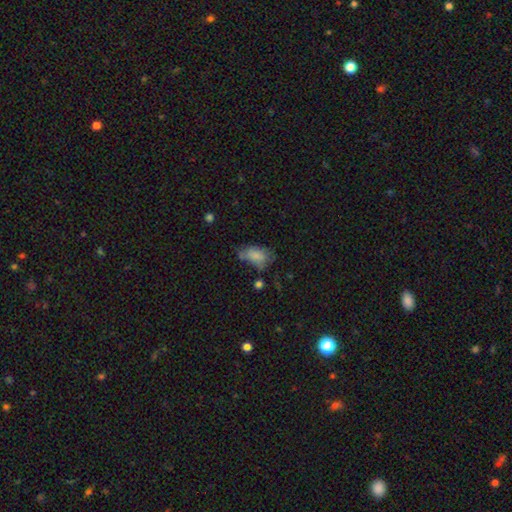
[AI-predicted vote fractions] Smooth or featured: smooth — 73% (featured or disk — 17%)
How rounded: in between — 90% (round — 7%)
Merging: none — 35% (minor disturbance — 32%)